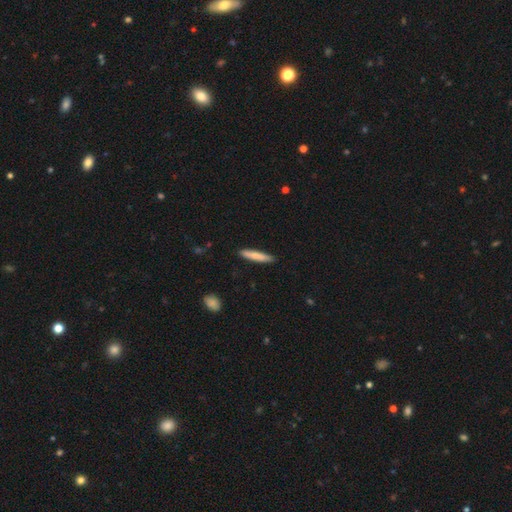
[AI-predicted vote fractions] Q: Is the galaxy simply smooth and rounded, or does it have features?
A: smooth — 77%.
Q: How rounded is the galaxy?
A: cigar-shaped — 91%.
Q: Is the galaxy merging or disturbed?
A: none — 88%.